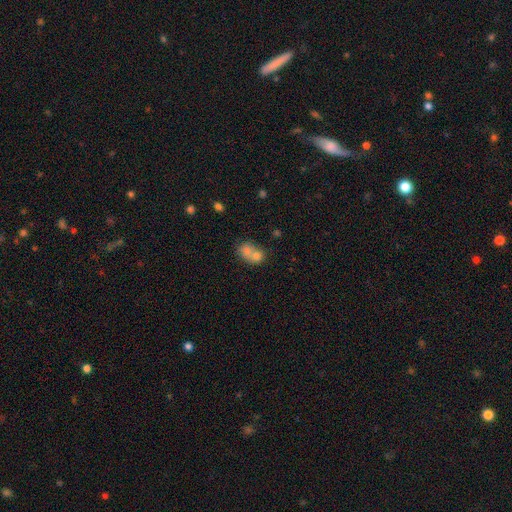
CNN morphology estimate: smooth 73%, featured or disk 18%, star or artifact 10%. Down the decision tree: how rounded — round (53%); merging — merger (68%).